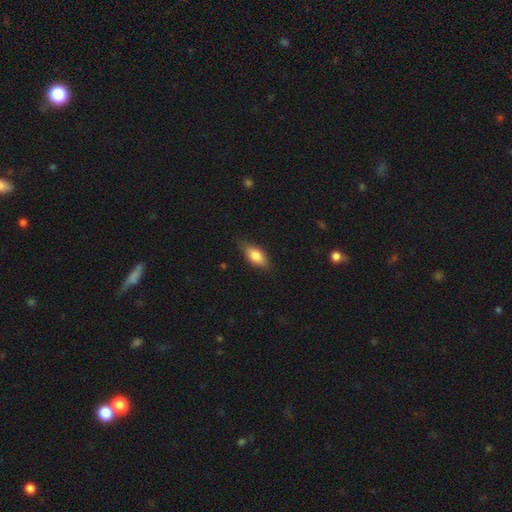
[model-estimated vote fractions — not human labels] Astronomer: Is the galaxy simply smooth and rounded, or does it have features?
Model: smooth — 76%.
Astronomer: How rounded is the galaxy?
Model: in between — 83%.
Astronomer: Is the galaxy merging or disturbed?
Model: none — 78%.